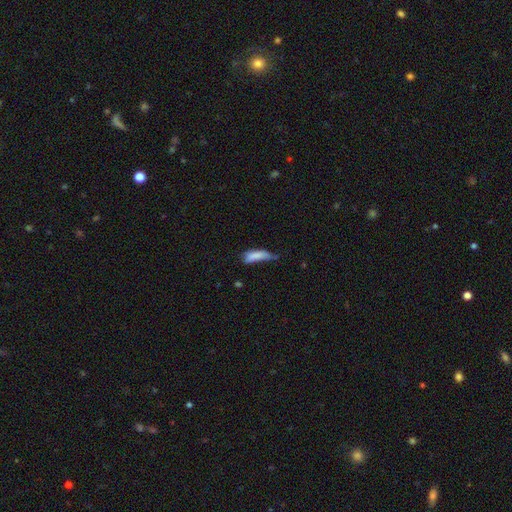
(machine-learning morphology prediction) The model was most divided on "how rounded": in between: 51%, cigar-shaped: 46%, round: 2%. Remaining: smooth or featured — smooth (77%); merging — minor disturbance (39%).